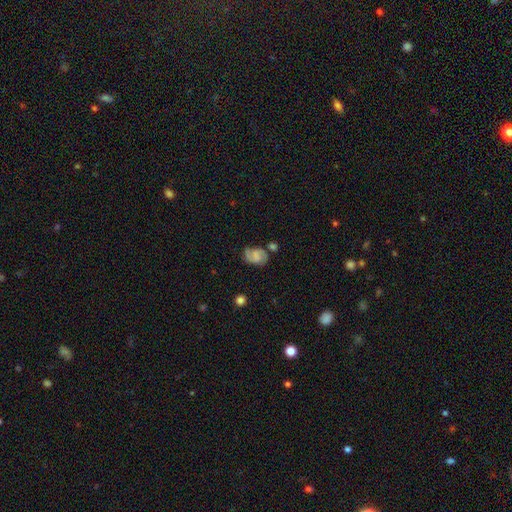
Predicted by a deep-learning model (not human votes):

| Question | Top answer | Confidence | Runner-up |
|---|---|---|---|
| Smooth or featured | featured or disk | 58% | smooth (33%) |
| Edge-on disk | no | 97% | yes (3%) |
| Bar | no | 54% | weak (37%) |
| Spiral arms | yes | 88% | no (12%) |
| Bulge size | none | 51% | small (22%) |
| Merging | none | 54% | minor disturbance (24%) |